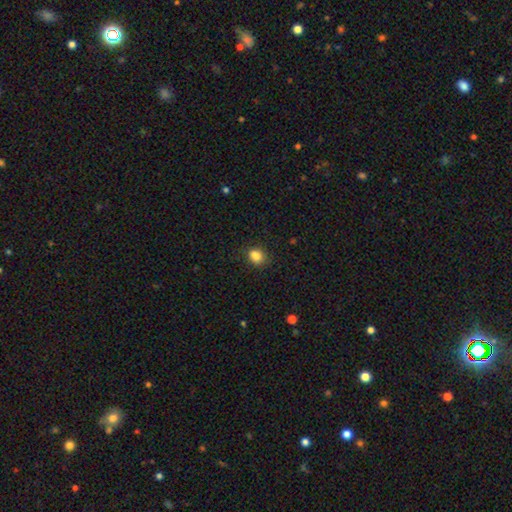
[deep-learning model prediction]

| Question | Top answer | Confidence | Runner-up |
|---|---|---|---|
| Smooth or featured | smooth | 85% | star or artifact (11%) |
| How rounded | round | 50% | in between (49%) |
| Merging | none | 83% | minor disturbance (13%) |